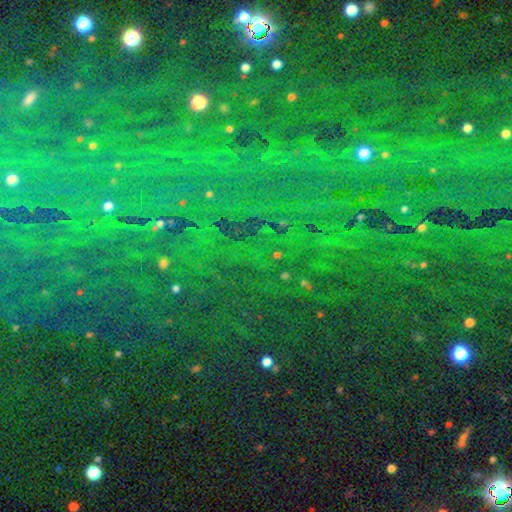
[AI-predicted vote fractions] Smooth or featured? star or artifact (84%)